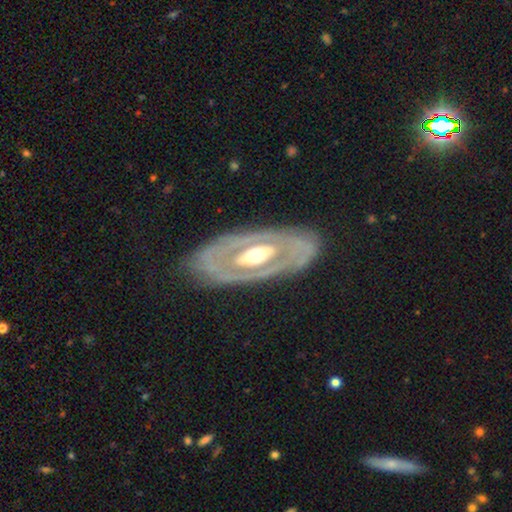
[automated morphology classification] smooth-or-featured: featured or disk: 78% | smooth: 18% | star or artifact: 4%
  disk-edge-on: no: 86% | yes: 14%
    bar: no: 63% | weak: 19% | strong: 18%
    has-spiral-arms: no: 63% | yes: 37%
    bulge-size: moderate: 69% | large: 19% | small: 9% | dominant: 2% | none: 1%
  merging: none: 79% | minor disturbance: 14% | major disturbance: 6% | merger: 1%